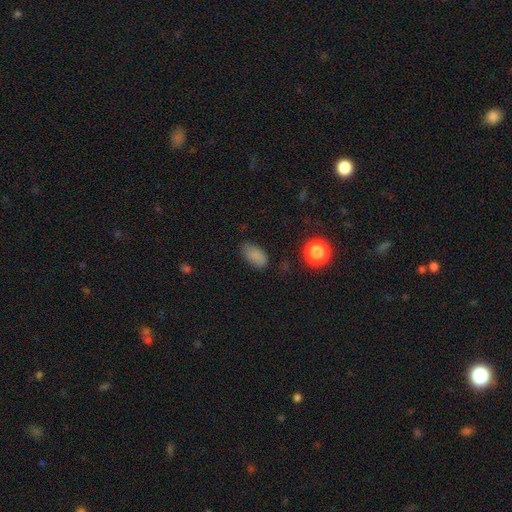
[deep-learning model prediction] smooth_or_featured: smooth (p=0.84) [alt: star or artifact p=0.11]
how_rounded: in between (p=0.91) [alt: round p=0.06]
merging: none (p=0.75) [alt: minor disturbance p=0.18]